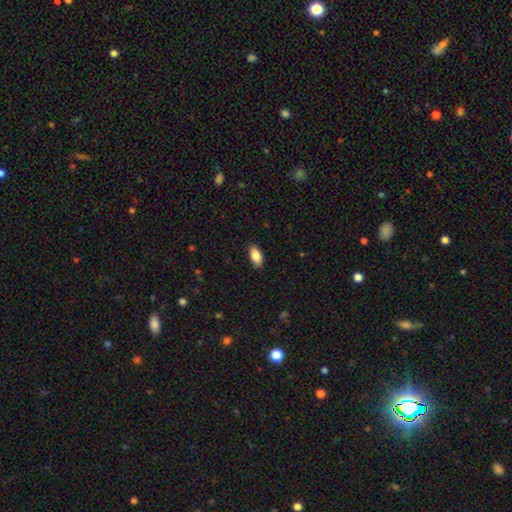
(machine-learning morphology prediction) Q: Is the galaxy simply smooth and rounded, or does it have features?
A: smooth — 86%.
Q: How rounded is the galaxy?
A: in between — 91%.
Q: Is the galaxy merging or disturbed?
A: none — 88%.